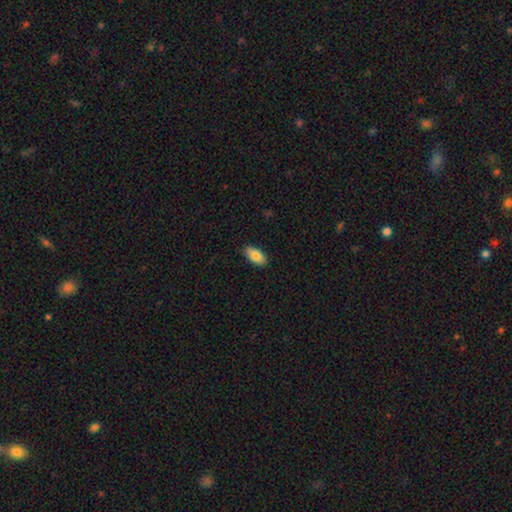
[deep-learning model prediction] This appears to be a smooth galaxy with no disk features (82%) that is in between round and cigar-shaped (92%). Merging: none (87%).